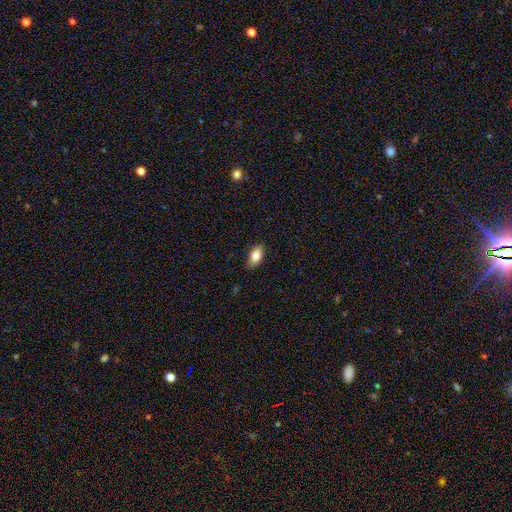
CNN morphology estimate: Q: Smooth or featured?
A: smooth (83%); runner-up: featured or disk (9%)
Q: How rounded?
A: in between (90%); runner-up: cigar-shaped (6%)
Q: Merging?
A: none (84%); runner-up: minor disturbance (13%)